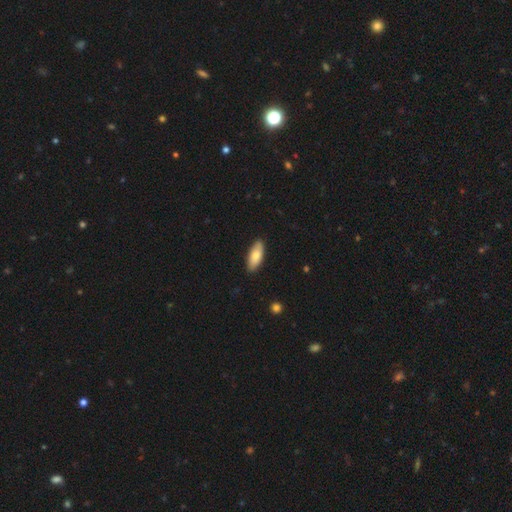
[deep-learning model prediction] smooth 79%, featured or disk 15%, star or artifact 6%. Down the decision tree: how rounded — in between (77%); merging — none (88%).